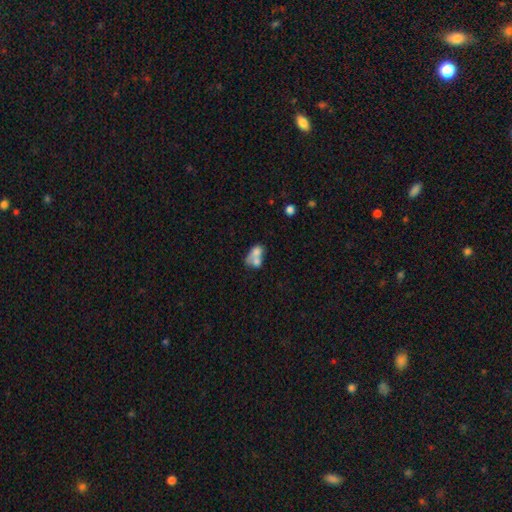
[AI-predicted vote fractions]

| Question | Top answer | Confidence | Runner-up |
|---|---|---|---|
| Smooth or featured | smooth | 63% | featured or disk (27%) |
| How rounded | in between | 68% | round (30%) |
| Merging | merger | 69% | none (16%) |